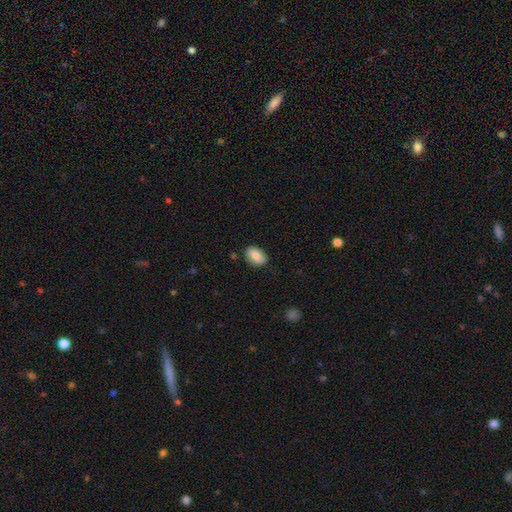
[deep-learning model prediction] Smooth or featured: smooth — 83% (featured or disk — 10%)
How rounded: in between — 87% (round — 12%)
Merging: none — 82% (minor disturbance — 14%)